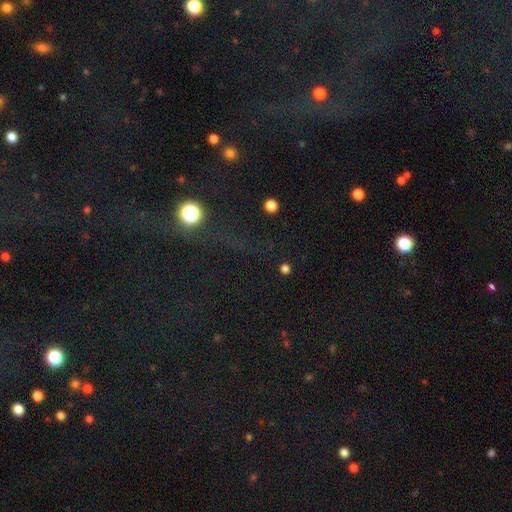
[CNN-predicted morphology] The model was most divided on "smooth or featured": star or artifact: 70%, smooth: 19%, featured or disk: 11%.